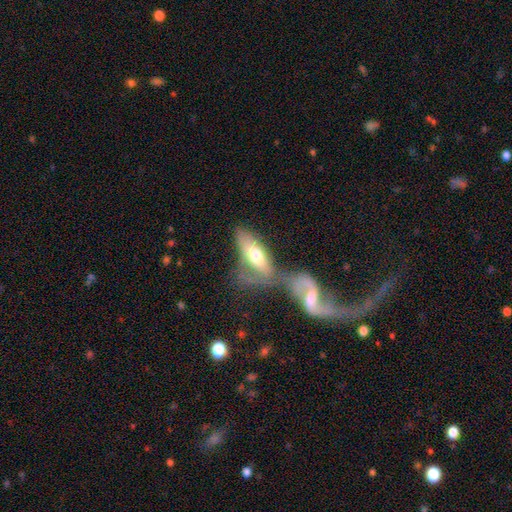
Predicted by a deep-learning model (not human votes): Overall: smooth (55%; featured or disk 39%). How rounded: in between (75%). Merging: merger (61%).